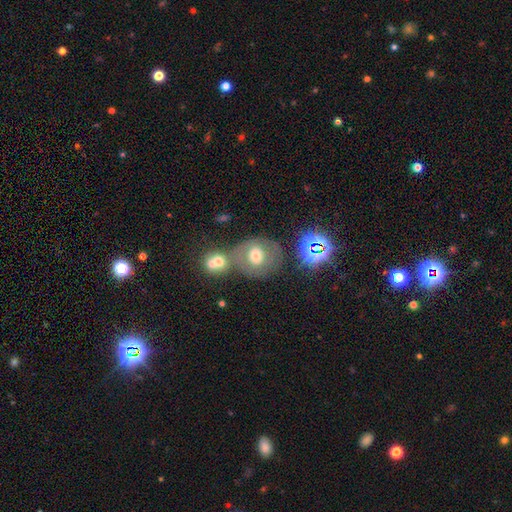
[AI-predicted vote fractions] A smooth galaxy with no disk features (53%) that is round (74%).

Vote fractions:
- Smooth or featured? smooth: 53% / featured or disk: 32% / star or artifact: 15%
- How rounded? round: 74% / in between: 25% / cigar-shaped: 1%
- Merging? none: 40% / merger: 36% / minor disturbance: 14% / major disturbance: 10%